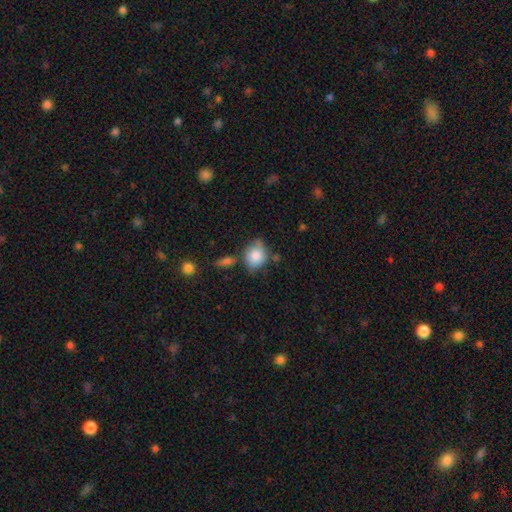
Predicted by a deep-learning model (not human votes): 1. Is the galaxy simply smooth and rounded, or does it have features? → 82% smooth, 11% featured or disk, 8% star or artifact.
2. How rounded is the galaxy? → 50% round, 49% in between, 1% cigar-shaped.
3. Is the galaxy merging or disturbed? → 54% none, 27% minor disturbance, 12% merger, 7% major disturbance.